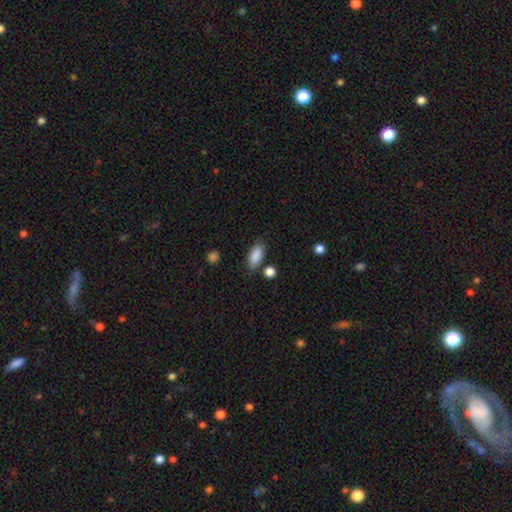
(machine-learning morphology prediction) Smooth or featured? Predicted: smooth (p=0.88). How rounded? Predicted: in between (p=0.88). Merging? Predicted: none (p=0.78).